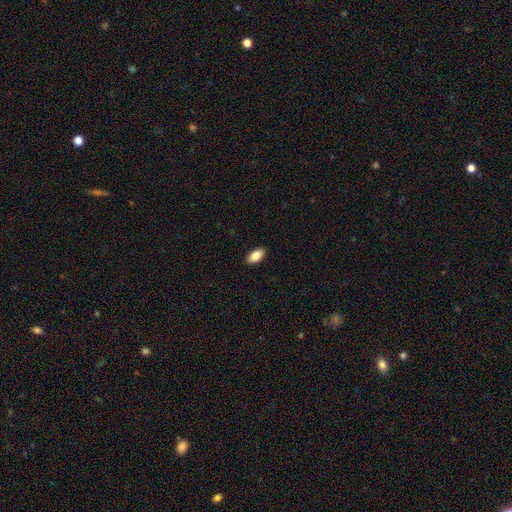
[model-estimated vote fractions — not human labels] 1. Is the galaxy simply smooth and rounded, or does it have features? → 86% smooth, 7% featured or disk, 7% star or artifact.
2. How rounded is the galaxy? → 93% in between, 4% cigar-shaped, 3% round.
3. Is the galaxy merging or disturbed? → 90% none, 7% minor disturbance, 2% major disturbance, 1% merger.